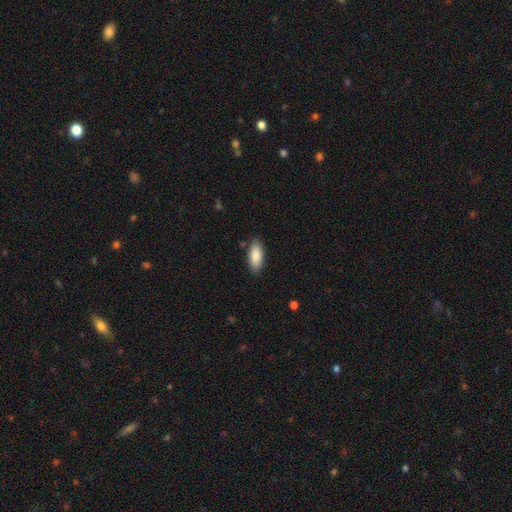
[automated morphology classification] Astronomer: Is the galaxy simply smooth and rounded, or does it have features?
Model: smooth — 87%.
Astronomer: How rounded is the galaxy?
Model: in between — 81%.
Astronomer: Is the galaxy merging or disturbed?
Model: none — 86%.